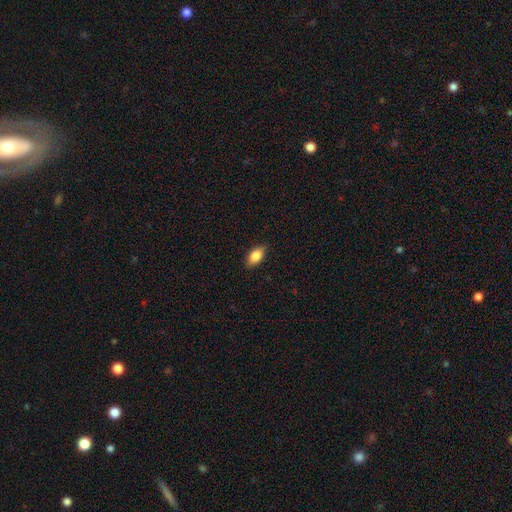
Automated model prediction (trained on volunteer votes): Smooth or featured: smooth — 84% (featured or disk — 8%)
How rounded: in between — 90% (round — 5%)
Merging: none — 86% (minor disturbance — 11%)